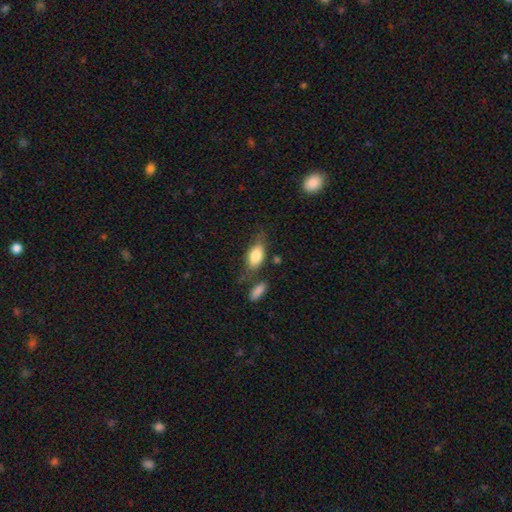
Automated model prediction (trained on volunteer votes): The model was most divided on "merging": none: 55%, minor disturbance: 24%, merger: 11%, major disturbance: 10%. More confident: how rounded — in between (84%); smooth or featured — smooth (76%).